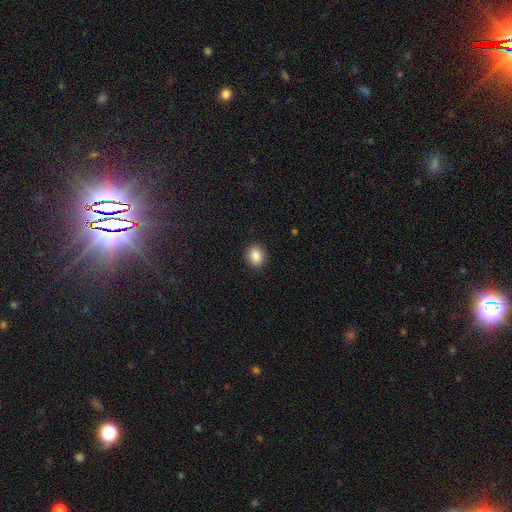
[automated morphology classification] type=smooth (88%); roundness=round (59%); merging=none (91%).